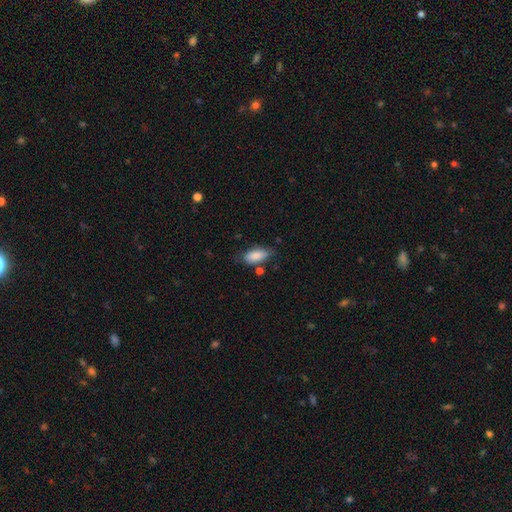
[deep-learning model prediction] This appears to be a smooth galaxy with no disk features (85%) that is in between round and cigar-shaped (87%). Merging: none (67%).